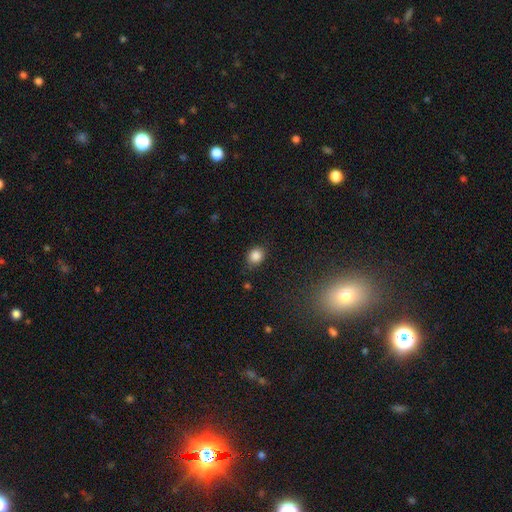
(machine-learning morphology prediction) This is clearly a smooth galaxy (85%). How rounded: likely round (66%). Merging: clearly none (81%).